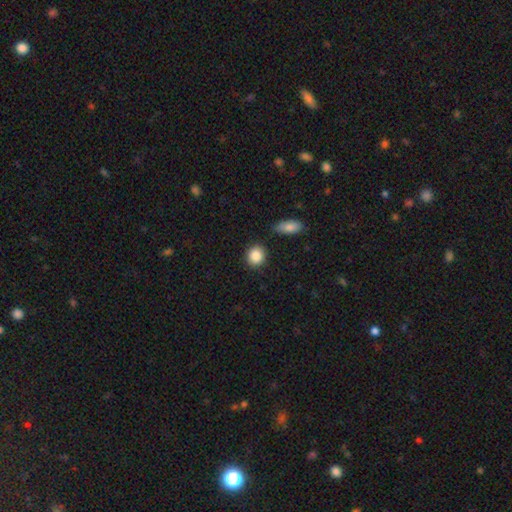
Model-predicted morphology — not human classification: Smooth or featured: smooth — 88% (star or artifact — 7%)
How rounded: round — 77% (in between — 21%)
Merging: none — 84% (minor disturbance — 9%)